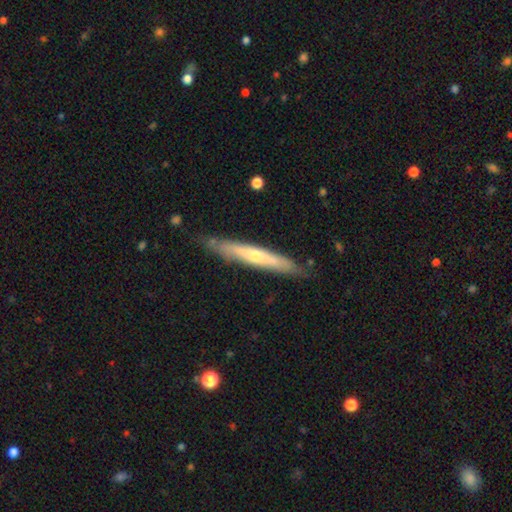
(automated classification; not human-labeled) Smooth or featured?
  - featured or disk: 56% *
  - smooth: 38%
  - star or artifact: 6%
Edge-on disk?
  - yes: 86% *
  - no: 14%
Merging?
  - none: 82% *
  - minor disturbance: 14%
  - major disturbance: 2%
  - merger: 2%